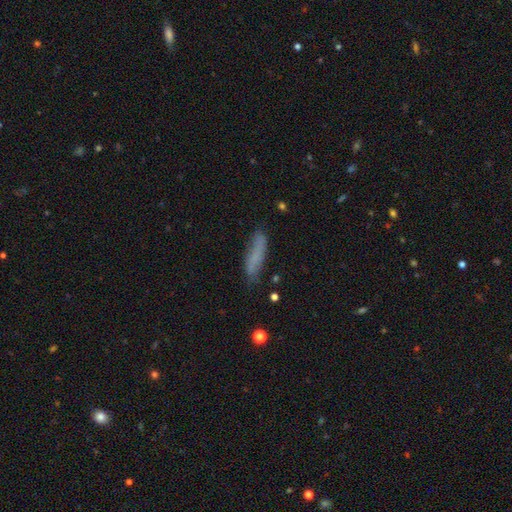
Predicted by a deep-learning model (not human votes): smooth 70%, featured or disk 20%, star or artifact 10%. Down the decision tree: how rounded — cigar-shaped (77%); merging — none (72%).